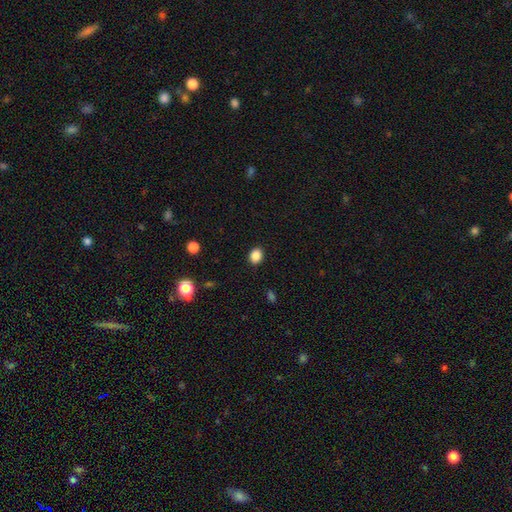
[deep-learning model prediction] smooth_or_featured: smooth (p=0.87) [alt: star or artifact p=0.10]
how_rounded: in between (p=0.50) [alt: round p=0.49]
merging: none (p=0.90) [alt: minor disturbance p=0.07]